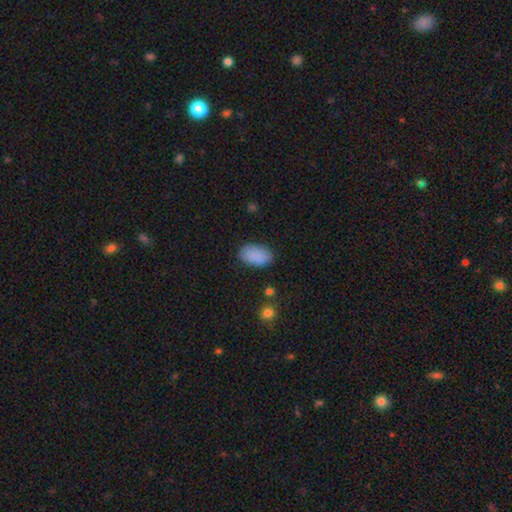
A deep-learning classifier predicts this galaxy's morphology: smooth_or_featured: smooth (p=0.87) [alt: star or artifact p=0.07]
how_rounded: in between (p=0.93) [alt: round p=0.05]
merging: none (p=0.80) [alt: minor disturbance p=0.15]